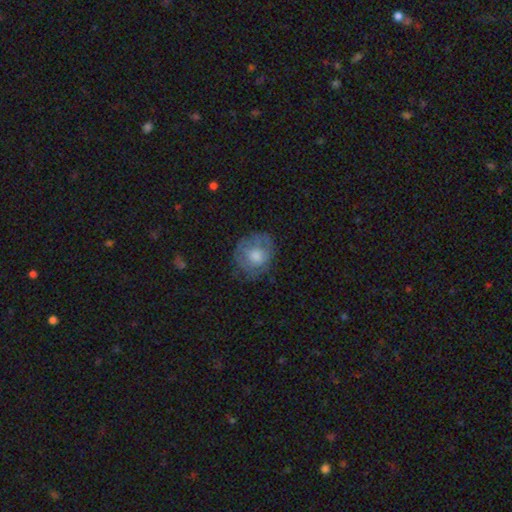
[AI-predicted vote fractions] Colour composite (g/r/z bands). It shows a smooth galaxy with no disk features (58%) that is round (74%). Merging: none (67%).